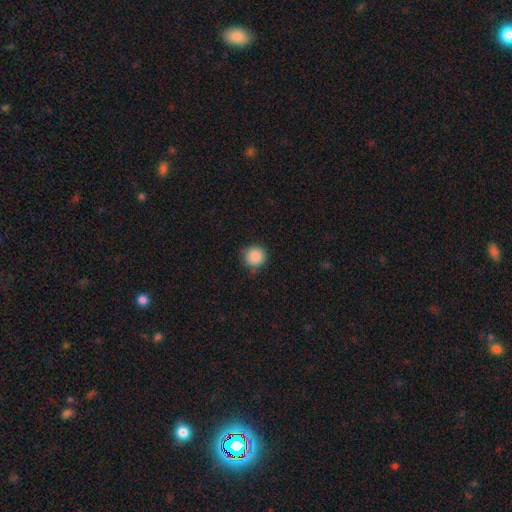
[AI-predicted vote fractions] Smooth or featured? smooth (88%)
How rounded? round (94%)
Merging? none (85%)